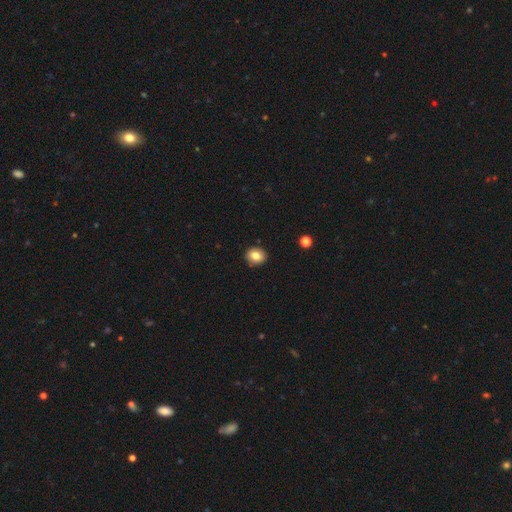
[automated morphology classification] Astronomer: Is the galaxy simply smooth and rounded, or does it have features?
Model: smooth — 81%.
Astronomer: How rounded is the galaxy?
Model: round — 75%.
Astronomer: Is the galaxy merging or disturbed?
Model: none — 90%.